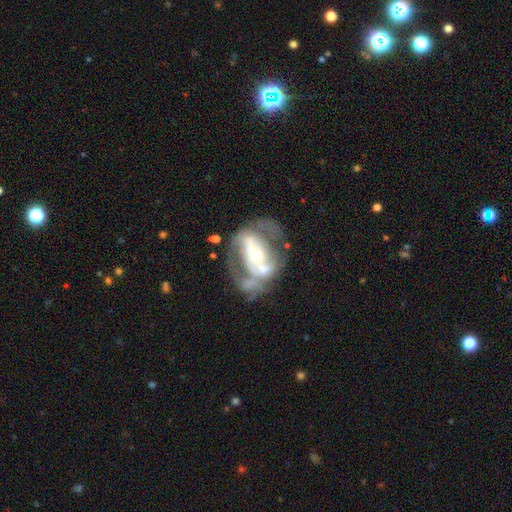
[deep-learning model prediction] smooth-or-featured: featured or disk: 80% | smooth: 13% | star or artifact: 7%
  disk-edge-on: no: 93% | yes: 7%
    bar: strong: 47% | no: 31% | weak: 23%
    has-spiral-arms: yes: 60% | no: 40%
    bulge-size: moderate: 47% | small: 45% | large: 5% | dominant: 1% | none: 1%
  merging: none: 42% | major disturbance: 24% | minor disturbance: 18% | merger: 16%